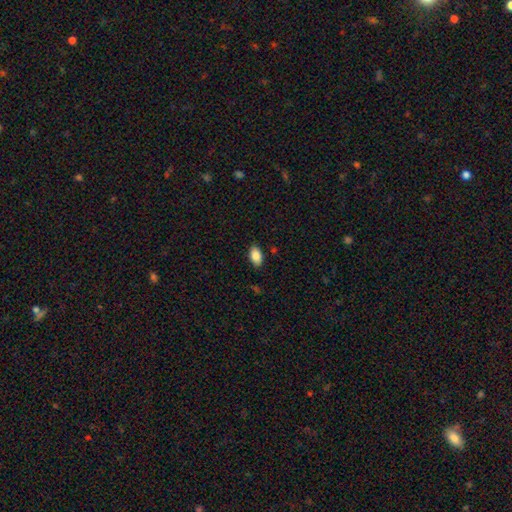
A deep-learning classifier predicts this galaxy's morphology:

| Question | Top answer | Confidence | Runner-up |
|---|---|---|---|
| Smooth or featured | smooth | 87% | star or artifact (7%) |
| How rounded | in between | 93% | round (5%) |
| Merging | none | 87% | minor disturbance (10%) |